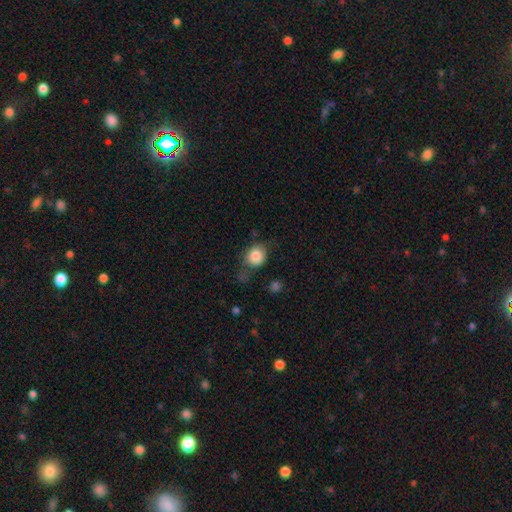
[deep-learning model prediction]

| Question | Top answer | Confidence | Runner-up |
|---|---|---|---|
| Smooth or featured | smooth | 82% | featured or disk (9%) |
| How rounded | round | 70% | in between (29%) |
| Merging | none | 57% | minor disturbance (26%) |